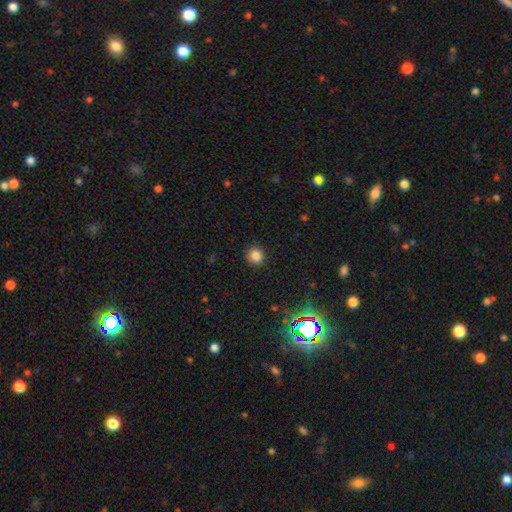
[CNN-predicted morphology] This is clearly a smooth galaxy (83%). How rounded: clearly round (92%). Merging: clearly none (90%).